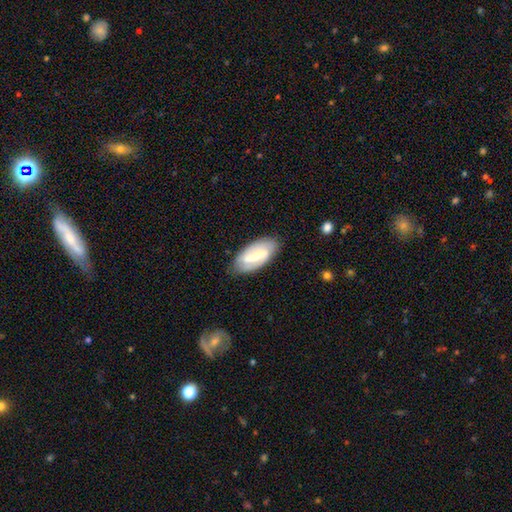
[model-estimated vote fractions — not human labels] A featured or disk galaxy (68%) with a weak bar (44%), 2 (80%) medium (40%) spiral arms (85%) and a small central bulge (49%).

Vote fractions:
- Smooth or featured? featured or disk: 68% / smooth: 27% / star or artifact: 5%
- Edge-on disk? no: 94% / yes: 6%
- Bar? weak: 44% / strong: 43% / no: 13%
- Spiral arms? yes: 85% / no: 15%
- Spiral winding? medium: 40% / tight: 33% / loose: 27%
- Spiral arm count? 2: 80% / can't tell: 13% / 3: 2% / 1: 2% / 4: 1% / more than 4: 1%
- Bulge size? small: 49% / moderate: 40% / none: 5% / large: 4% / dominant: 1%
- Merging? none: 82% / minor disturbance: 14% / major disturbance: 3% / merger: 1%